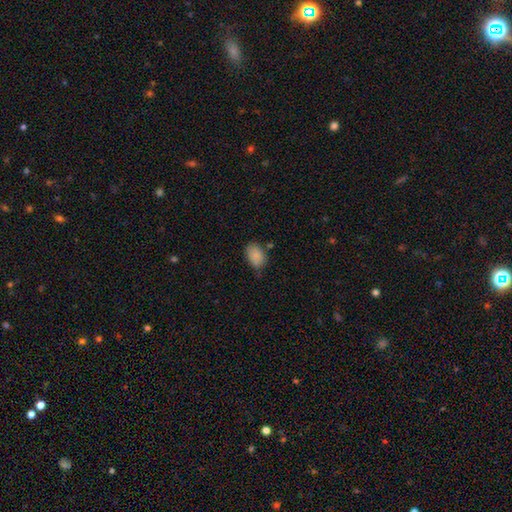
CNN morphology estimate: Smooth or featured? Predicted: smooth (p=0.86). How rounded? Predicted: in between (p=0.84). Merging? Predicted: none (p=0.64).